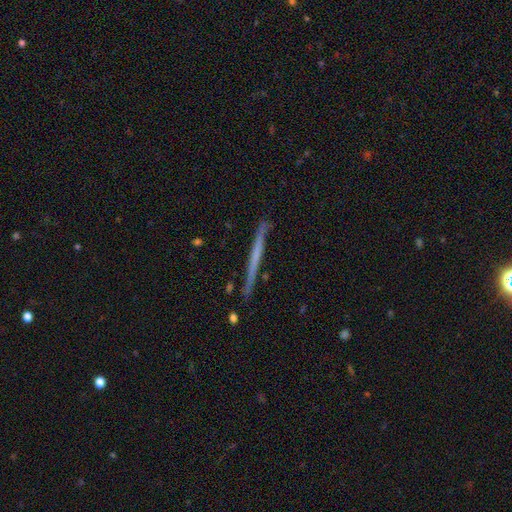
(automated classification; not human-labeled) Overall: featured or disk (55%; smooth 39%). Edge-on disk: yes (97%). Edge-on bulge: none (88%). Merging: none (88%).